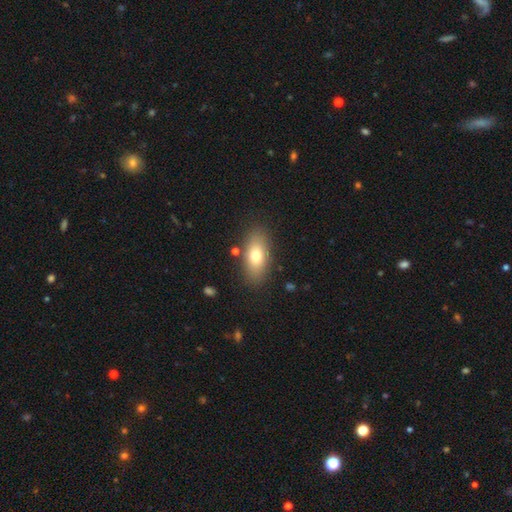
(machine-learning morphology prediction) smooth_or_featured: smooth (p=0.74) [alt: featured or disk p=0.18]
how_rounded: in between (p=0.87) [alt: cigar-shaped p=0.07]
merging: none (p=0.83) [alt: minor disturbance p=0.11]